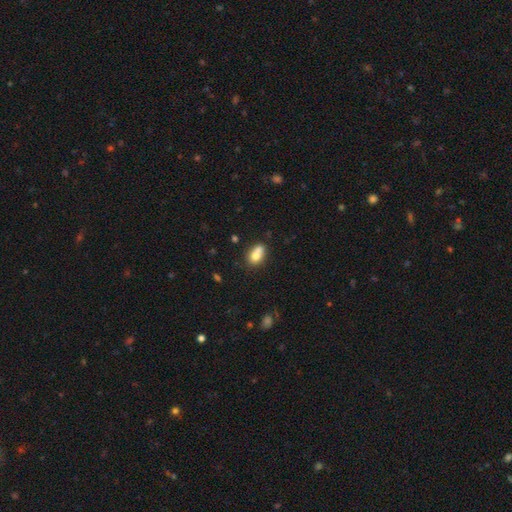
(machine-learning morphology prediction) type=smooth (72%); roundness=in between (67%); merging=merger (47%).